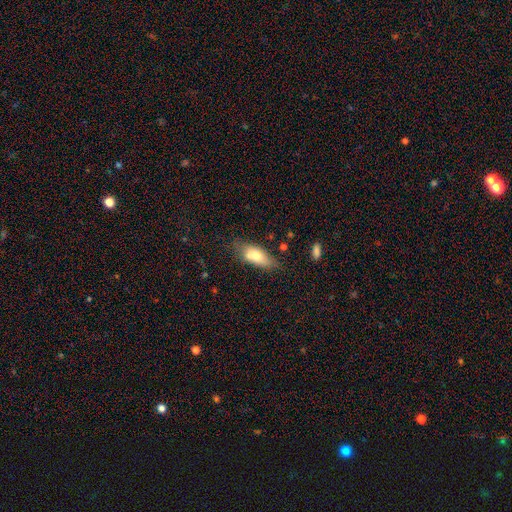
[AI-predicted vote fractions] A smooth galaxy with no disk features (67%) that is in between round and cigar-shaped (80%). Merging: none (56%).